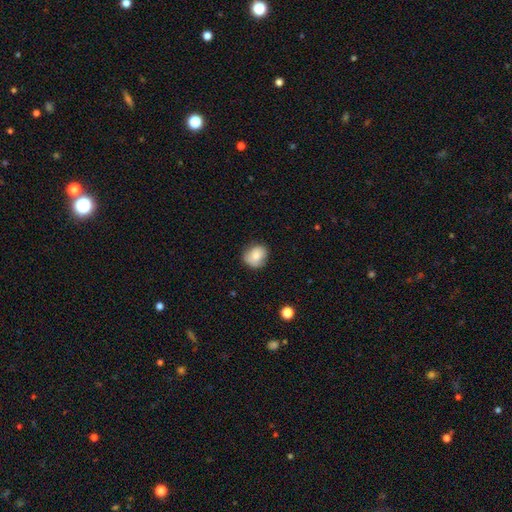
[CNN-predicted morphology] smooth-or-featured: smooth: 79% | featured or disk: 12% | star or artifact: 8%
  how-rounded: round: 71% | in between: 28% | cigar-shaped: 1%
  merging: none: 75% | minor disturbance: 20% | major disturbance: 4% | merger: 1%